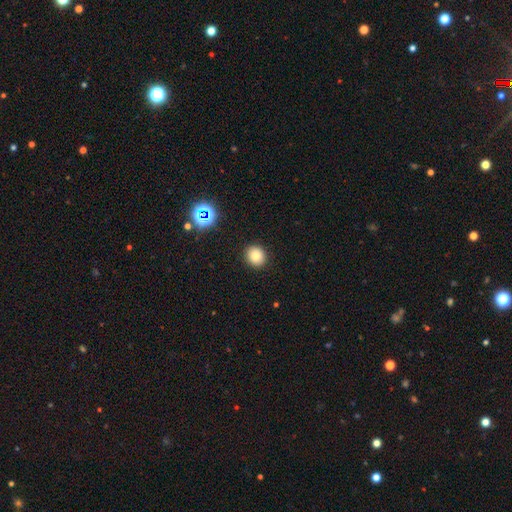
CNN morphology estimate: Smooth or featured? Predicted: smooth (p=0.81). How rounded? Predicted: round (p=0.79). Merging? Predicted: none (p=0.91).